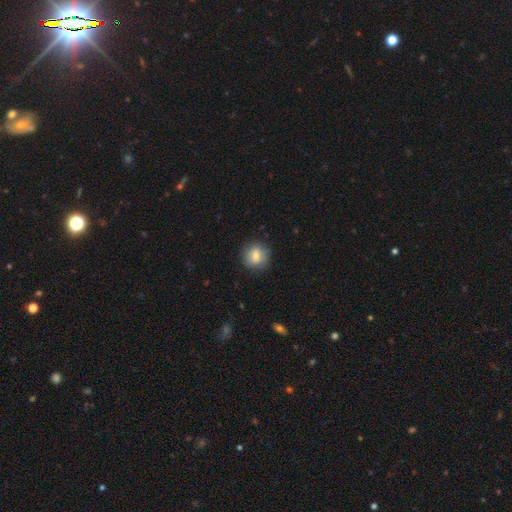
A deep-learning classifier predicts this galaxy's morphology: This appears to be a smooth galaxy with no disk features (74%) that is round (87%). Merging: none (85%).